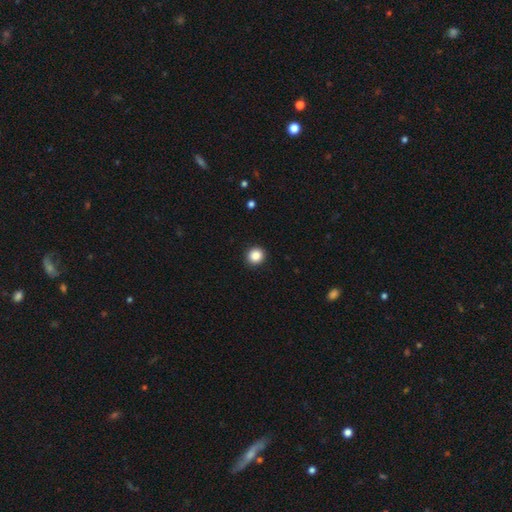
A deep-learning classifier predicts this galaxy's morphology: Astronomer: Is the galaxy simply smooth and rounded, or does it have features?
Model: smooth — 87%.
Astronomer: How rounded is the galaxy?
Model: round — 92%.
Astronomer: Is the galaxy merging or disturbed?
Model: none — 92%.